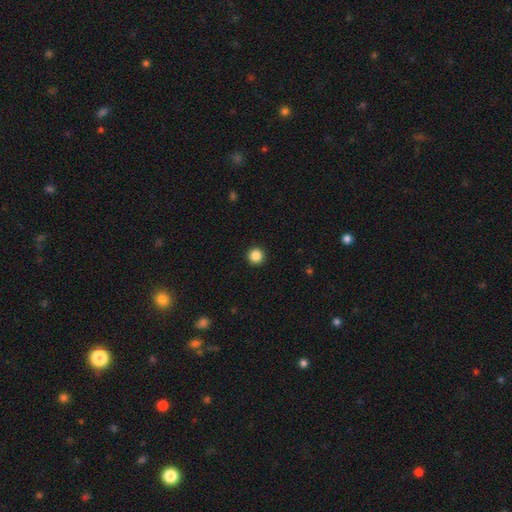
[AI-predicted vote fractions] A smooth galaxy with no disk features (87%) that is round (96%). Merging: none (94%).